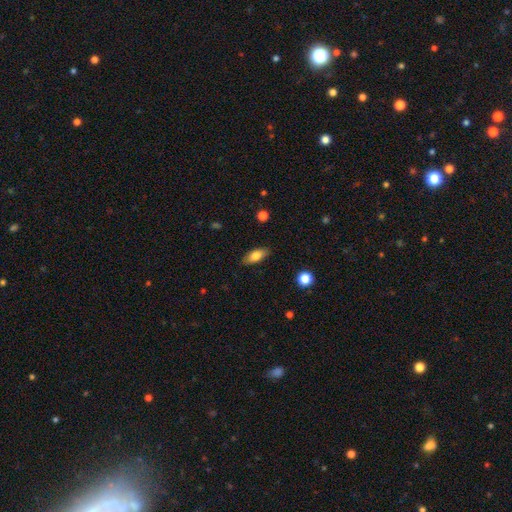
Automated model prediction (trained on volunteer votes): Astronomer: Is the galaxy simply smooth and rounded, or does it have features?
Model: smooth — 78%.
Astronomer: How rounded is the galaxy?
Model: in between — 81%.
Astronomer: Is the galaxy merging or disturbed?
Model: none — 86%.